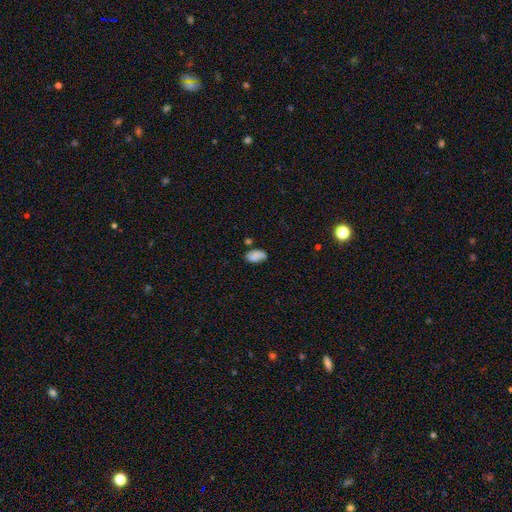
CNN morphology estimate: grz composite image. It shows a smooth galaxy with no disk features (80%) that is in between round and cigar-shaped (93%). Merging: none (65%).